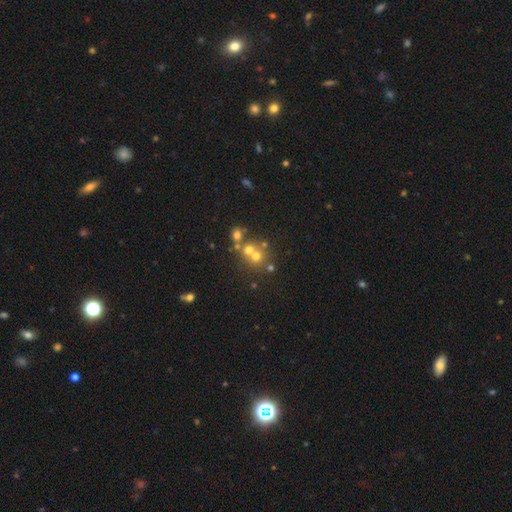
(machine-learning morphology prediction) Overall: smooth (54%; featured or disk 24%). How rounded: round (83%). Merging: none (44%; merger 43%).